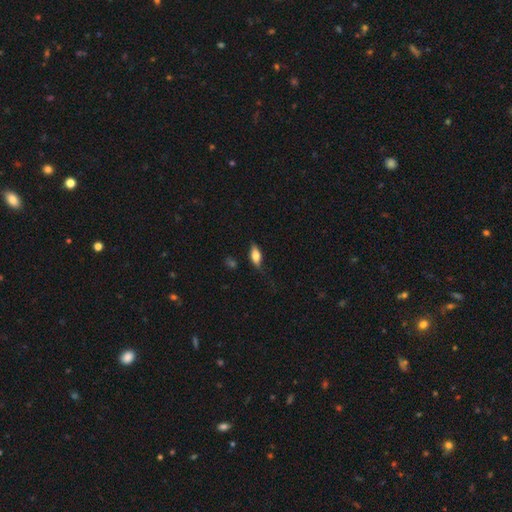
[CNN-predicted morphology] Q: Smooth or featured?
A: smooth (66%); runner-up: featured or disk (27%)
Q: How rounded?
A: in between (79%); runner-up: cigar-shaped (16%)
Q: Merging?
A: none (63%); runner-up: minor disturbance (27%)